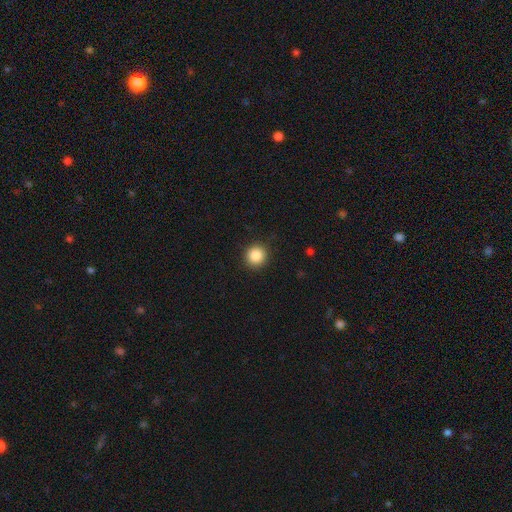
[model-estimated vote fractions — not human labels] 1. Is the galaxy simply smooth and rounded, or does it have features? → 88% smooth, 9% star or artifact, 3% featured or disk.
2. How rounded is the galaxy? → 94% round, 5% in between, 1% cigar-shaped.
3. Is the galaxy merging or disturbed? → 91% none, 6% minor disturbance, 2% major disturbance, 1% merger.